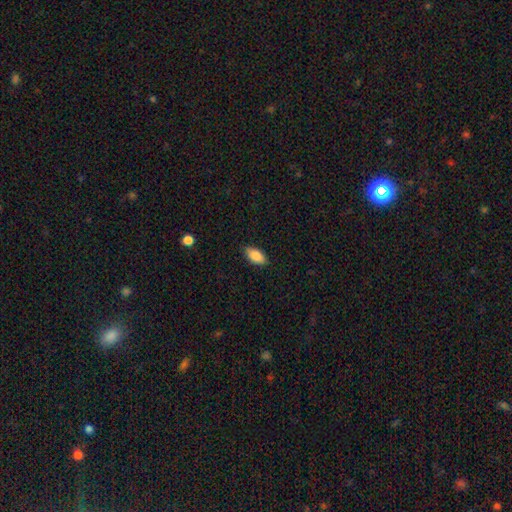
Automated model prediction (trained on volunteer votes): Smooth or featured? smooth (85%)
How rounded? in between (90%)
Merging? none (86%)